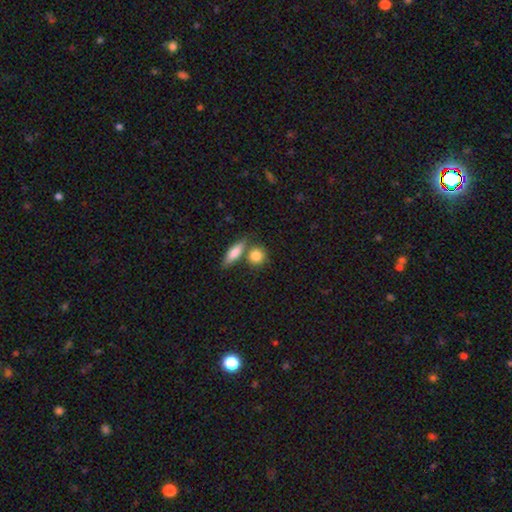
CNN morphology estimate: Overall: smooth (84%). How rounded: round (71%). Merging: none (61%; merger 25%).